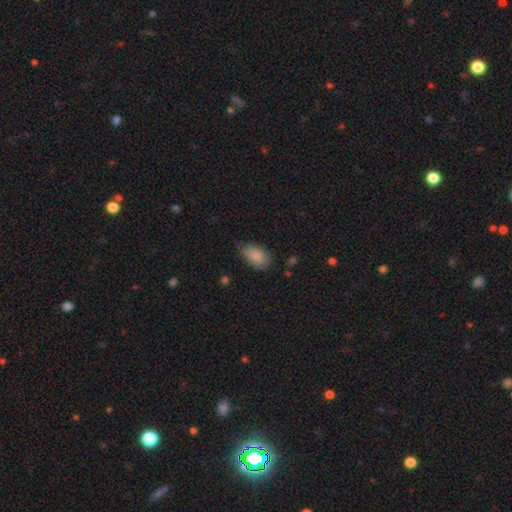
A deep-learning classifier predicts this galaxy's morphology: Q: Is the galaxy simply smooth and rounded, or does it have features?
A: smooth — 85%.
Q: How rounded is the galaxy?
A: in between — 91%.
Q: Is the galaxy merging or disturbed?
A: none — 58%.